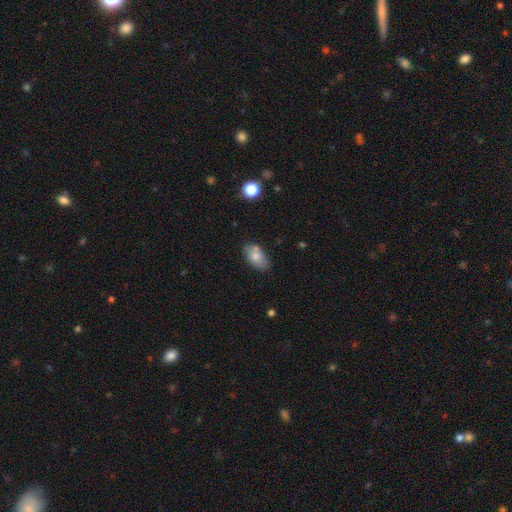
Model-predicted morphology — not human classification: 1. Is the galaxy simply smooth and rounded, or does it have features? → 77% smooth, 15% featured or disk, 8% star or artifact.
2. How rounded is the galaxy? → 92% in between, 5% round, 3% cigar-shaped.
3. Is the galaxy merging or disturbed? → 72% none, 18% minor disturbance, 6% merger, 4% major disturbance.